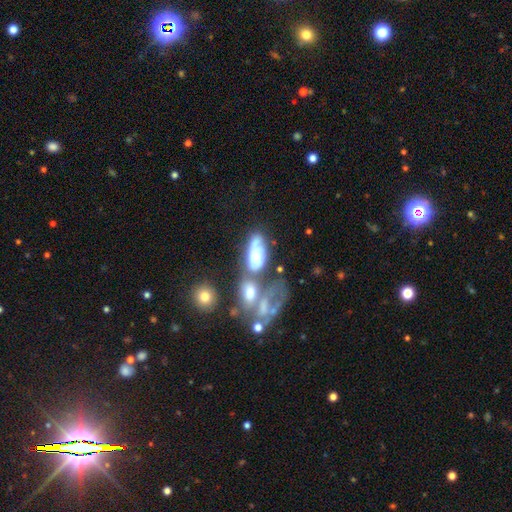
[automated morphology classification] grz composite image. It shows a featured or disk galaxy (50%). Merging: merger (45%).